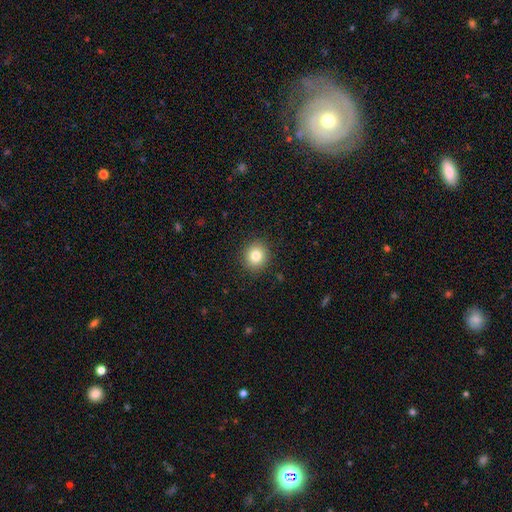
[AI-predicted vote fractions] Smooth or featured? smooth (82%)
How rounded? round (83%)
Merging? none (90%)